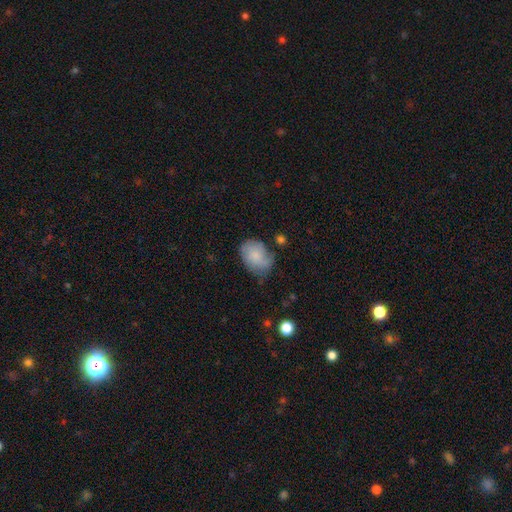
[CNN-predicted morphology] This appears to be a smooth galaxy with no disk features (73%) that is in between round and cigar-shaped (73%). Merging: none (49%).